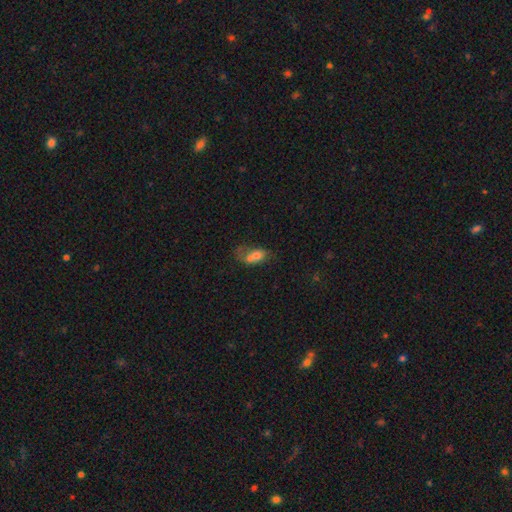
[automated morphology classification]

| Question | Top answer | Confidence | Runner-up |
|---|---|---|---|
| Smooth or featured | smooth | 65% | featured or disk (23%) |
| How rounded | in between | 77% | round (19%) |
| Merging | merger | 55% | none (18%) |